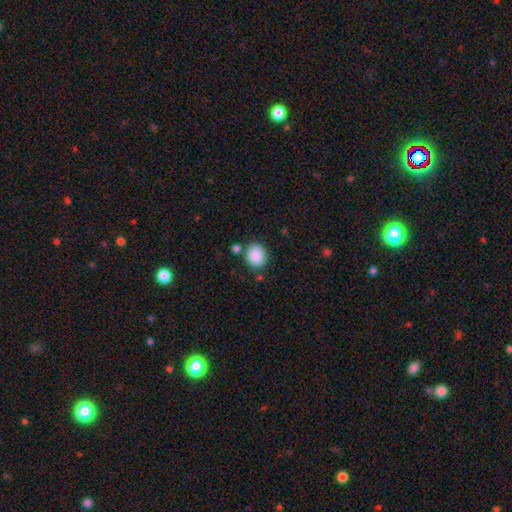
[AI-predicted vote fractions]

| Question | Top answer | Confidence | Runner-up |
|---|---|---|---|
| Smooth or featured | smooth | 88% | star or artifact (8%) |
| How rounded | round | 75% | in between (24%) |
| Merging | none | 79% | minor disturbance (11%) |